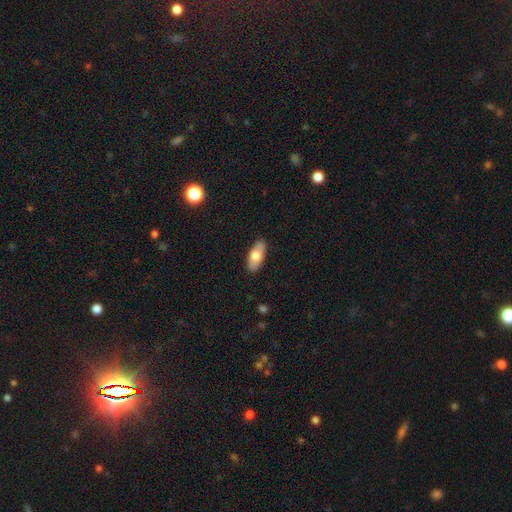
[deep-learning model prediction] Smooth or featured: smooth — 71% (featured or disk — 23%)
How rounded: in between — 86% (cigar-shaped — 12%)
Merging: none — 87% (minor disturbance — 10%)